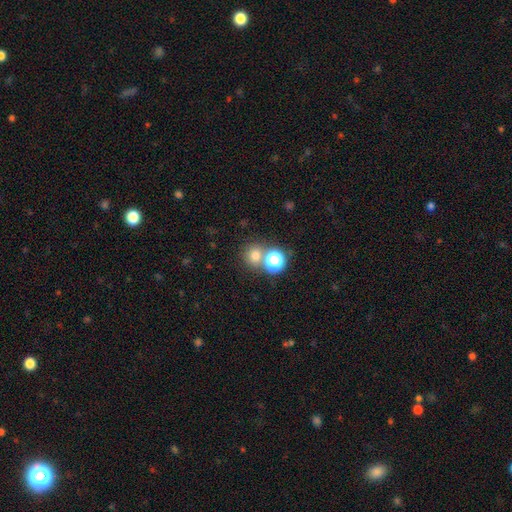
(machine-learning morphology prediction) smooth-or-featured: smooth: 71% | star or artifact: 22% | featured or disk: 8%
  how-rounded: round: 85% | in between: 14% | cigar-shaped: 1%
  merging: none: 64% | merger: 25% | minor disturbance: 7% | major disturbance: 3%